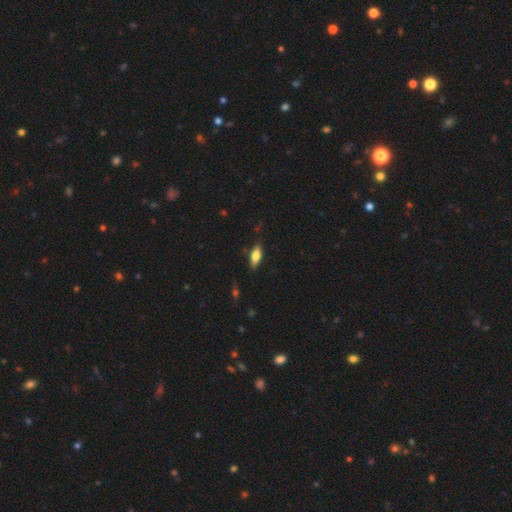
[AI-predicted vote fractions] Morphology: type=smooth (70%); roundness=in between (72%); merging=none (83%).